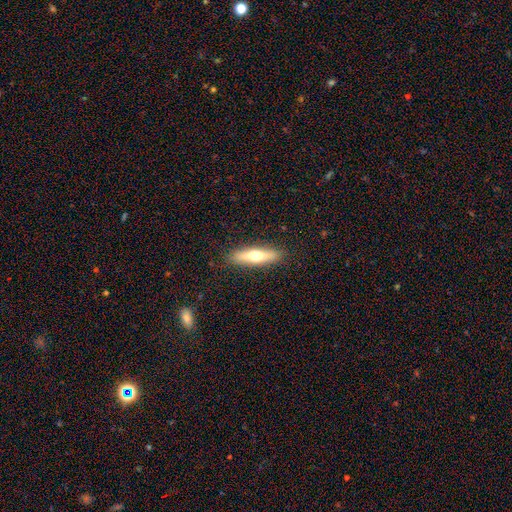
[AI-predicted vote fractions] smooth 51%, featured or disk 43%, star or artifact 6%. Down the decision tree: how rounded — cigar-shaped (74%); merging — none (89%).